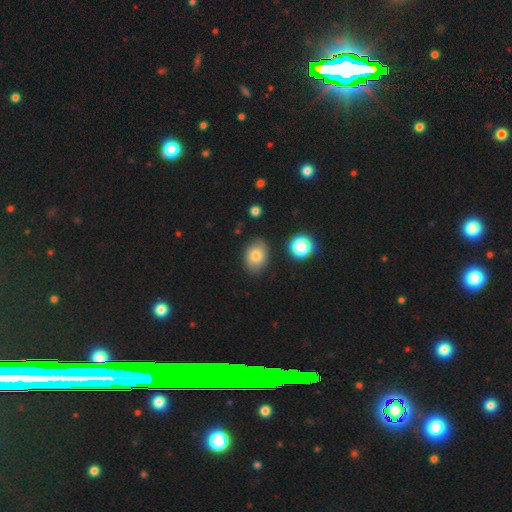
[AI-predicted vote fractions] smooth 76%, featured or disk 15%, star or artifact 10%. Down the decision tree: how rounded — in between (74%); merging — none (82%).